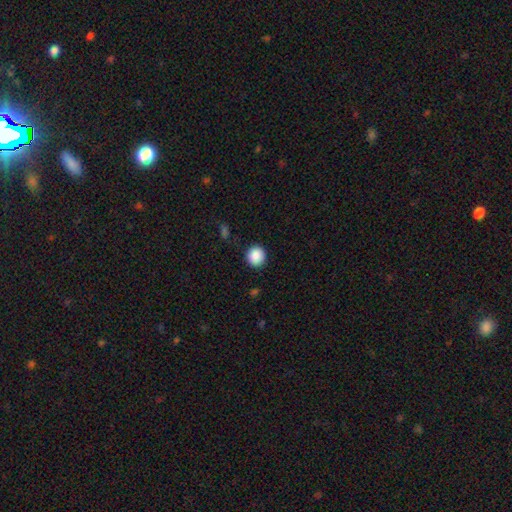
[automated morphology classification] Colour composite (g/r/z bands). It shows a smooth galaxy with no disk features (89%) that is round (91%). Merging: none (91%).